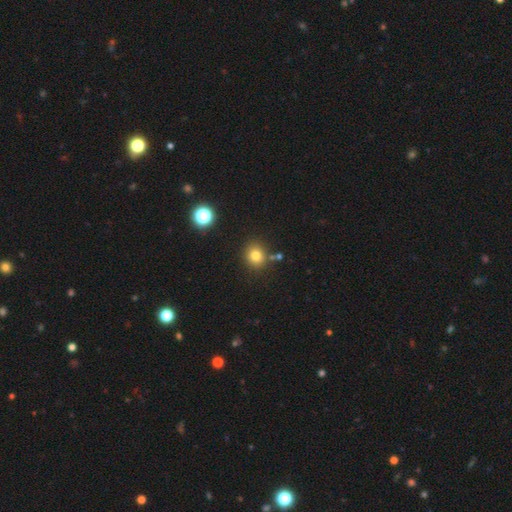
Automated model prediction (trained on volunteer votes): A smooth galaxy with no disk features (79%) that is round (81%). Merging: none (82%).